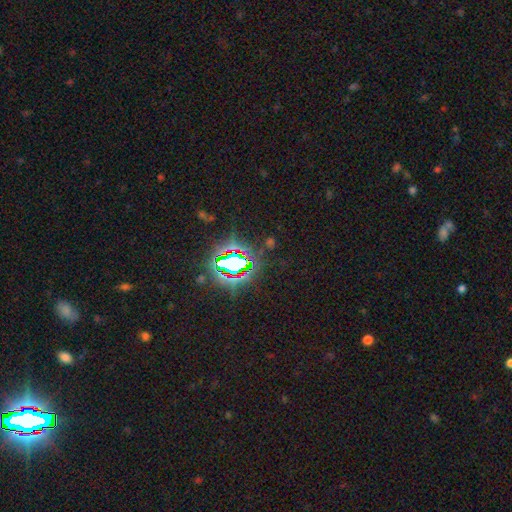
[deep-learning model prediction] Smooth or featured? star or artifact (81%)